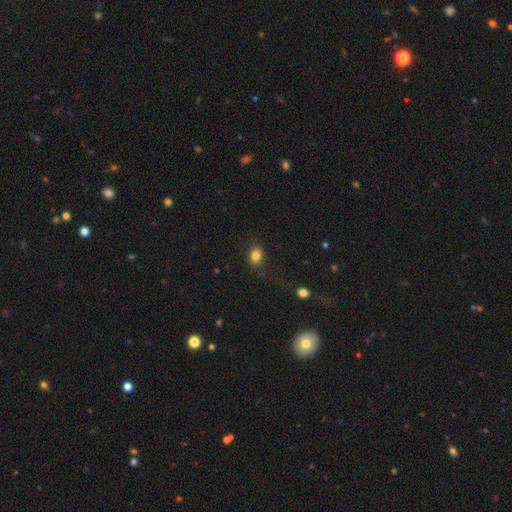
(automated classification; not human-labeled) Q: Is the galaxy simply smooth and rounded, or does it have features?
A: smooth — 83%.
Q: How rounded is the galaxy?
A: in between — 65%.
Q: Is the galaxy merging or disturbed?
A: none — 80%.